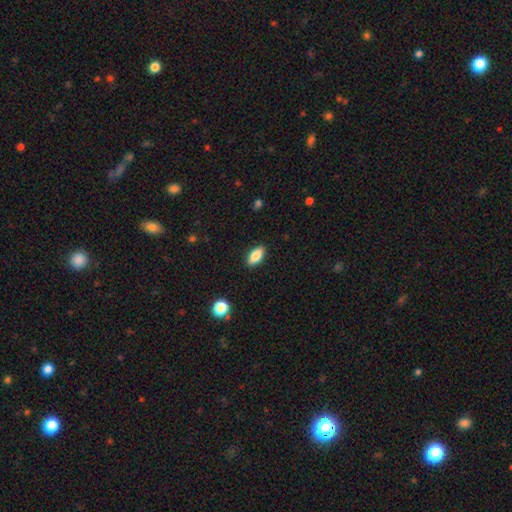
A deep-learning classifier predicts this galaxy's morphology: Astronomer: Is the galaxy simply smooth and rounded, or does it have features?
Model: smooth — 83%.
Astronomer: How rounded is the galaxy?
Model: in between — 87%.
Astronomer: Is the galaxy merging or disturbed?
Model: none — 89%.